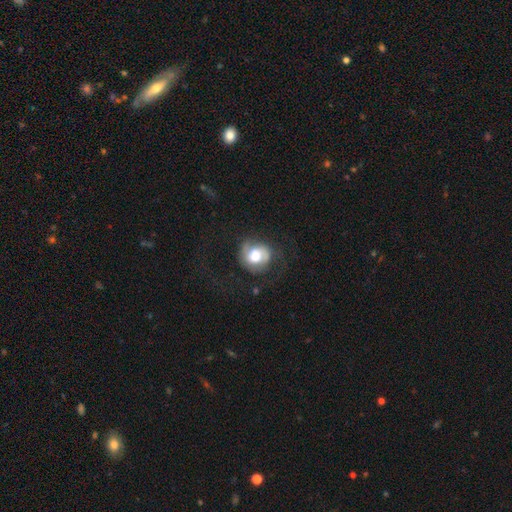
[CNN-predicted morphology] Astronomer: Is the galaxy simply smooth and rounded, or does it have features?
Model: smooth — 54% (runner-up: featured or disk, 37%).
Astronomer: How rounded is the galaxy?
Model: round — 73%.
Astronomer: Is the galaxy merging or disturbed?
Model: none — 49% (runner-up: minor disturbance, 26%).